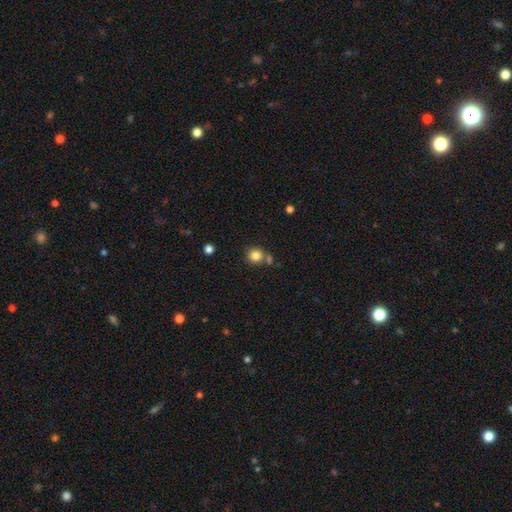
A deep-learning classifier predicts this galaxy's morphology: Q: Smooth or featured?
A: smooth (83%); runner-up: star or artifact (11%)
Q: How rounded?
A: round (88%); runner-up: in between (11%)
Q: Merging?
A: none (68%); runner-up: merger (18%)